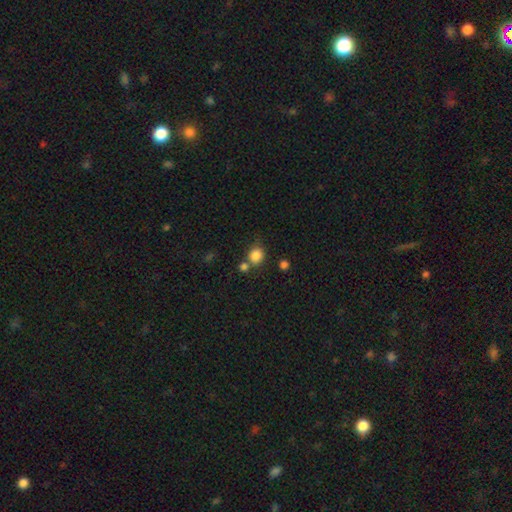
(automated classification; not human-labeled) Smooth or featured? Predicted: smooth (p=0.84). How rounded? Predicted: round (p=0.76). Merging? Predicted: none (p=0.61).